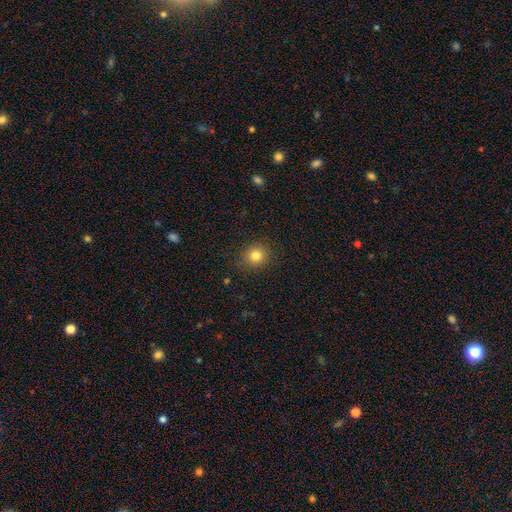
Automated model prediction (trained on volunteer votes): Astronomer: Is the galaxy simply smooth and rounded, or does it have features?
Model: smooth — 82%.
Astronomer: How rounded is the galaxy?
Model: round — 84%.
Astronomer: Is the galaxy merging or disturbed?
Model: none — 89%.